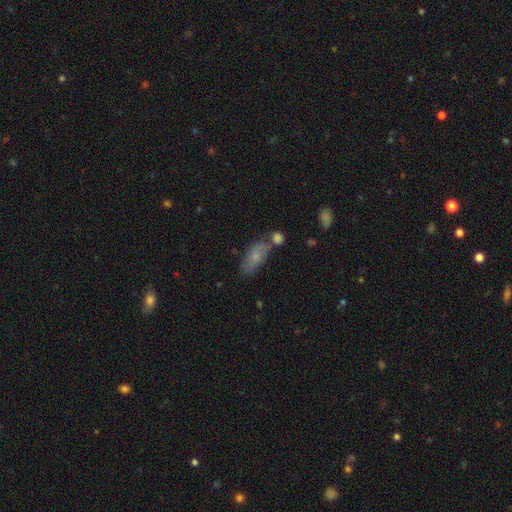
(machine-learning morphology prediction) This appears to be a smooth galaxy with no disk features (66%) that is in between round and cigar-shaped (83%). Merging: none (51%).